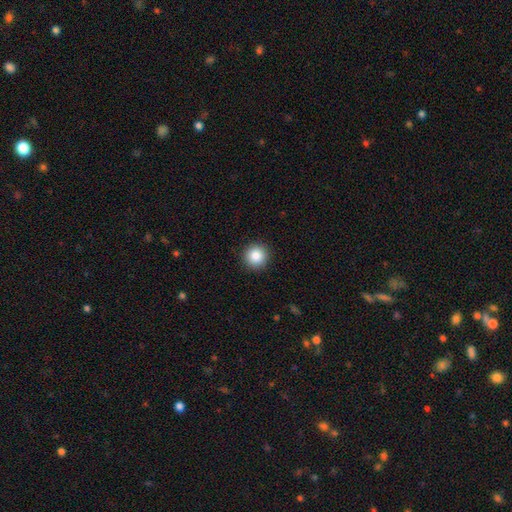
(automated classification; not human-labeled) smooth 87%, star or artifact 9%, featured or disk 4%. Down the decision tree: how rounded — round (95%); merging — none (92%).